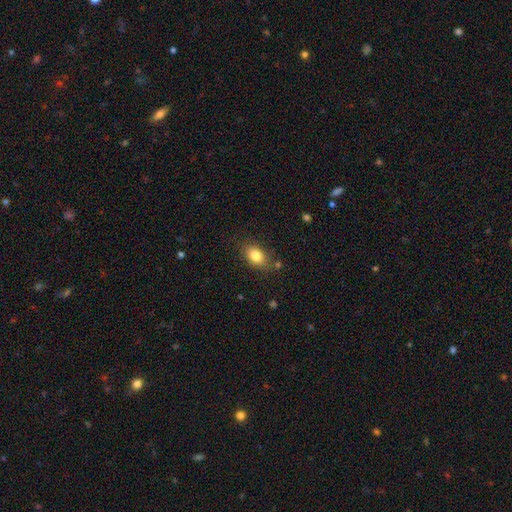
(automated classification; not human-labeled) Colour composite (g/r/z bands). It shows a smooth galaxy with no disk features (82%) that is in between round and cigar-shaped (80%). Merging: none (79%).